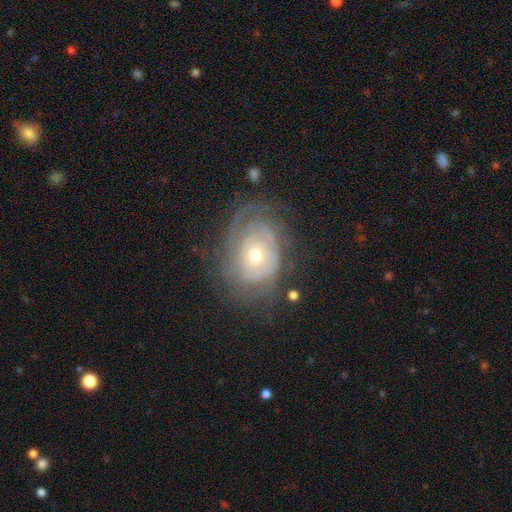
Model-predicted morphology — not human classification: Smooth or featured: featured or disk — 78% (smooth — 15%)
Edge-on disk: no — 96% (yes — 4%)
Bar: no — 82% (weak — 15%)
Spiral arms: yes — 87% (no — 13%)
Spiral winding: tight — 73% (medium — 20%)
Spiral arm count: can't tell — 46% (2 — 20%)
Bulge size: moderate — 56% (small — 38%)
Merging: none — 63% (minor disturbance — 21%)